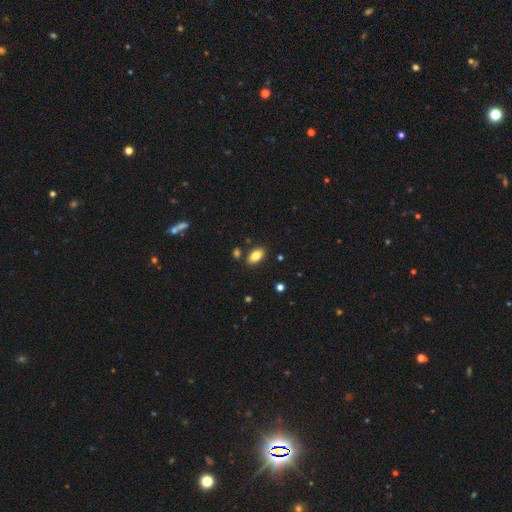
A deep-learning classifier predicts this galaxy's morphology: smooth_or_featured: smooth (p=0.83) [alt: featured or disk p=0.09]
how_rounded: in between (p=0.92) [alt: round p=0.05]
merging: none (p=0.84) [alt: minor disturbance p=0.09]